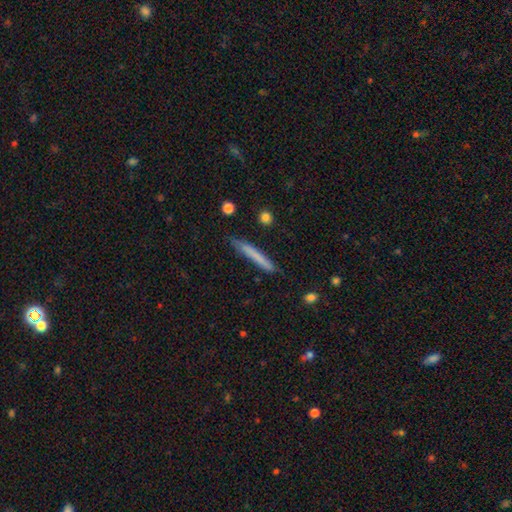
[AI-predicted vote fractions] smooth 71%, featured or disk 23%, star or artifact 6%. Down the decision tree: how rounded — cigar-shaped (96%); merging — none (82%).